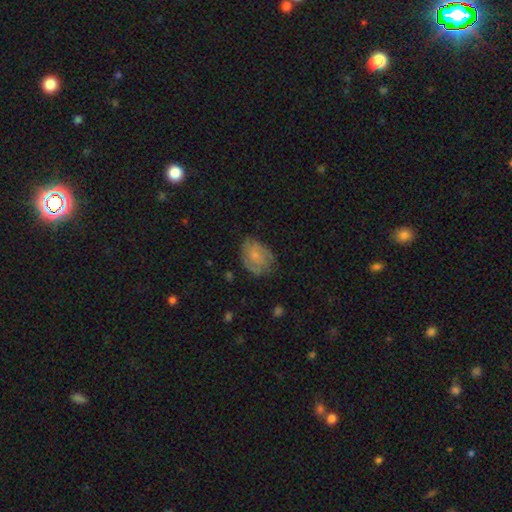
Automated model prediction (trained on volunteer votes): Smooth or featured? Predicted: featured or disk (p=0.47). Merging? Predicted: none (p=0.64).